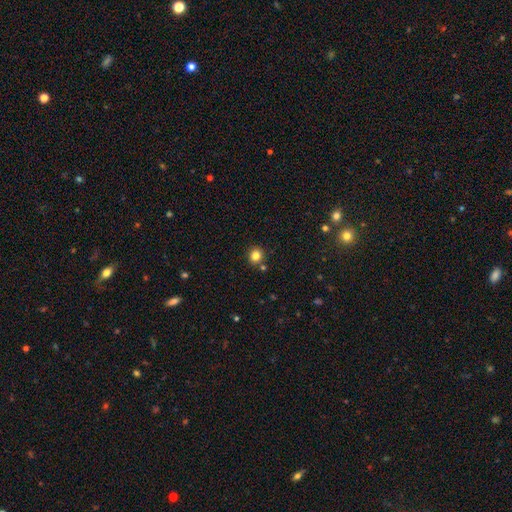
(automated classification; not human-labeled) The model was most divided on "smooth or featured": smooth: 82%, star or artifact: 12%, featured or disk: 5%. More confident: how rounded — round (86%); merging — none (84%).